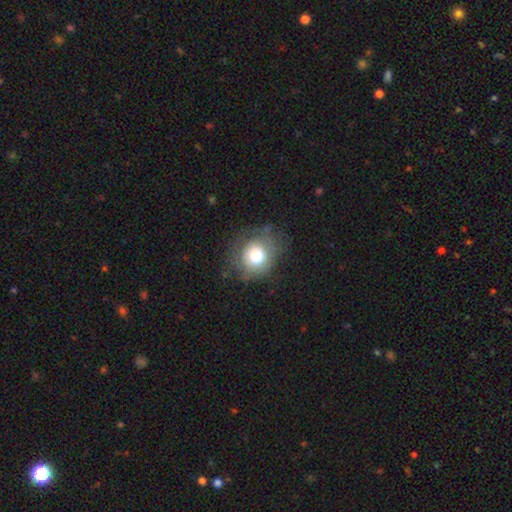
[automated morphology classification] smooth_or_featured: smooth (p=0.73) [alt: featured or disk p=0.17]
how_rounded: round (p=0.81) [alt: in between p=0.18]
merging: none (p=0.67) [alt: minor disturbance p=0.20]